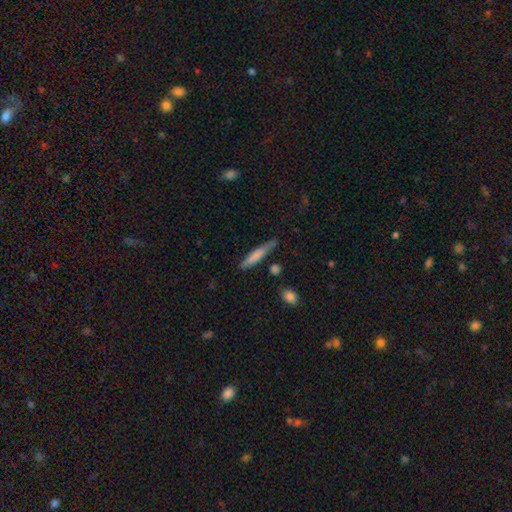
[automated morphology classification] type=smooth (69%); roundness=cigar-shaped (90%); merging=none (76%).